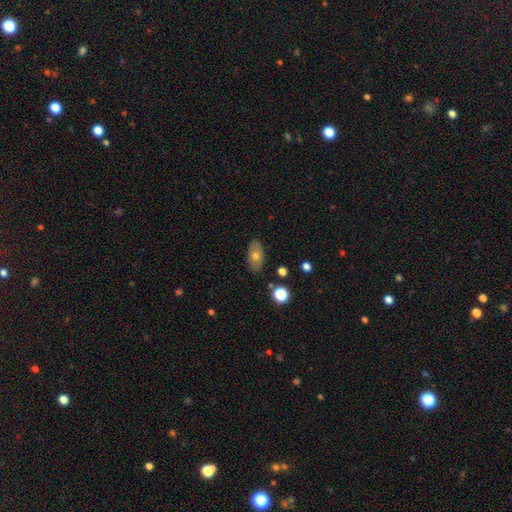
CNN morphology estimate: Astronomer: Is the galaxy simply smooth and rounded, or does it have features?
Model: smooth — 63%.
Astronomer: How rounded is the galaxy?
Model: in between — 89%.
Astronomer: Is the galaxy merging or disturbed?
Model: none — 84%.